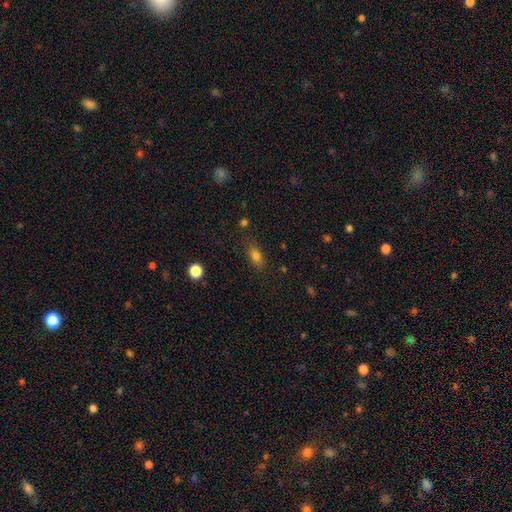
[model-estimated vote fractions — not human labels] Smooth or featured: smooth — 79% (star or artifact — 12%)
How rounded: in between — 78% (round — 11%)
Merging: none — 79% (minor disturbance — 15%)